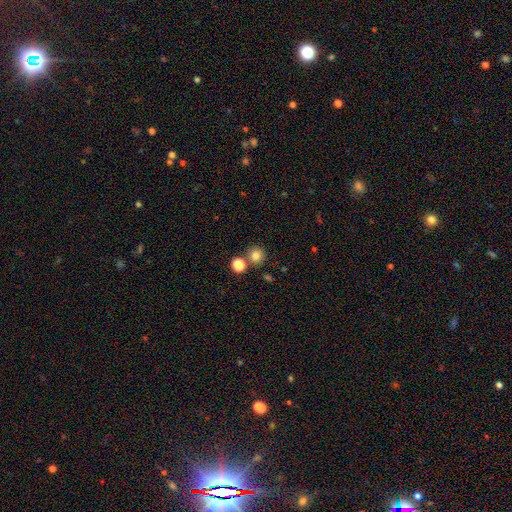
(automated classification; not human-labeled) Smooth or featured: smooth — 81% (star or artifact — 13%)
How rounded: round — 90% (in between — 9%)
Merging: none — 74% (merger — 15%)